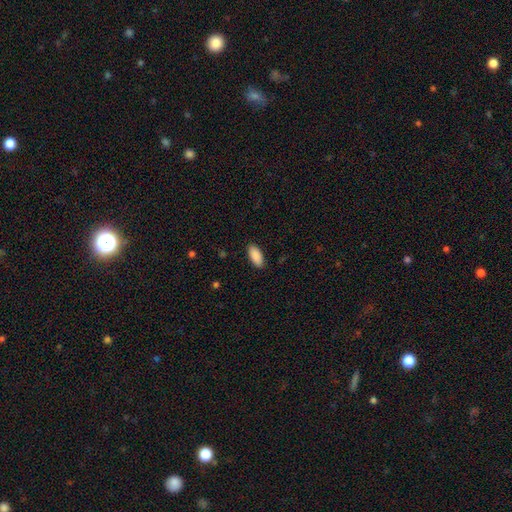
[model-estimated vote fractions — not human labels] This is clearly a smooth galaxy (90%). How rounded: clearly in between (89%). Merging: clearly none (89%).